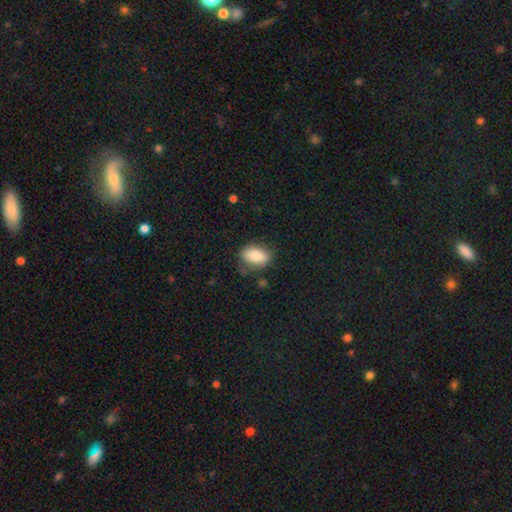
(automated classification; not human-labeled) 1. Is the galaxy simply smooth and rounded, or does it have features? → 79% smooth, 14% featured or disk, 8% star or artifact.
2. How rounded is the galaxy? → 87% in between, 10% round, 3% cigar-shaped.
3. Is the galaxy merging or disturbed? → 71% none, 20% minor disturbance, 6% major disturbance, 3% merger.